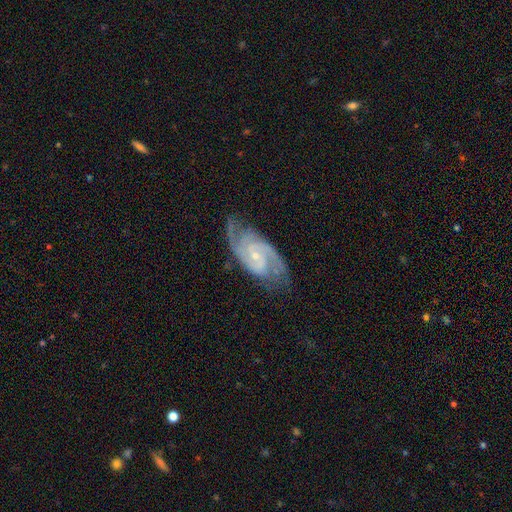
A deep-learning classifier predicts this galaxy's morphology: A featured or disk galaxy (91%) with no bar (49%), 2 (65%) medium (47%) spiral arms (98%) and a small central bulge (76%). Merging: none (76%).